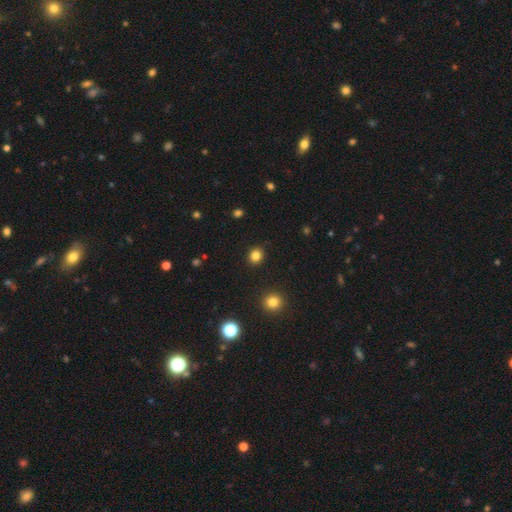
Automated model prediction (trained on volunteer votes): Q: Smooth or featured?
A: smooth (83%); runner-up: star or artifact (13%)
Q: How rounded?
A: round (78%); runner-up: in between (21%)
Q: Merging?
A: none (91%); runner-up: minor disturbance (6%)